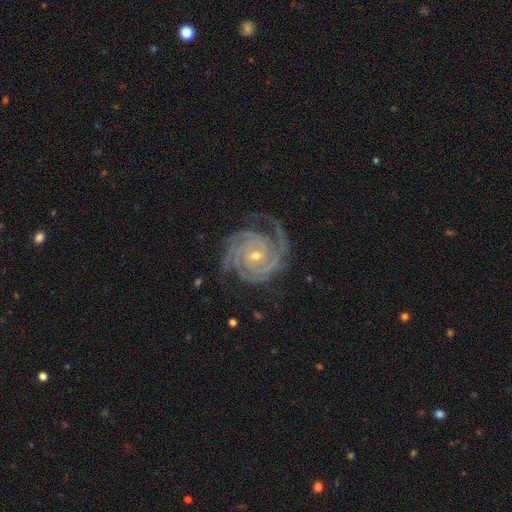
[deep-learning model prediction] The model was most divided on "spiral arm count": 3: 32%, 4: 23%, 2: 17%, can't tell: 12%, more than 4: 9%, 1: 7%. More confident: spiral arms — yes (99%); edge-on disk — no (98%); smooth or featured — featured or disk (93%); spiral winding — tight (81%); merging — none (74%); bulge size — small (59%); bar — no (56%).